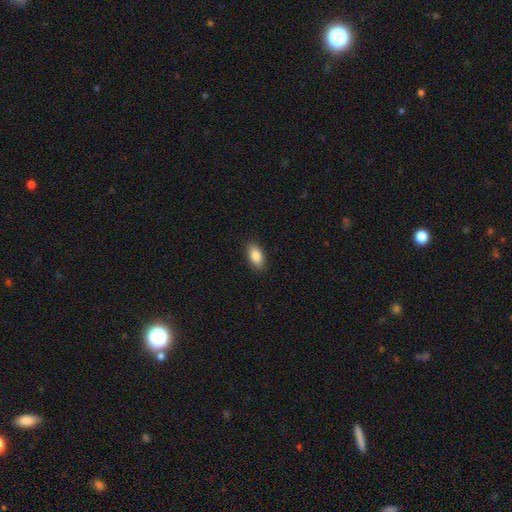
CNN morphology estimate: Smooth or featured? smooth (86%)
How rounded? in between (91%)
Merging? none (89%)